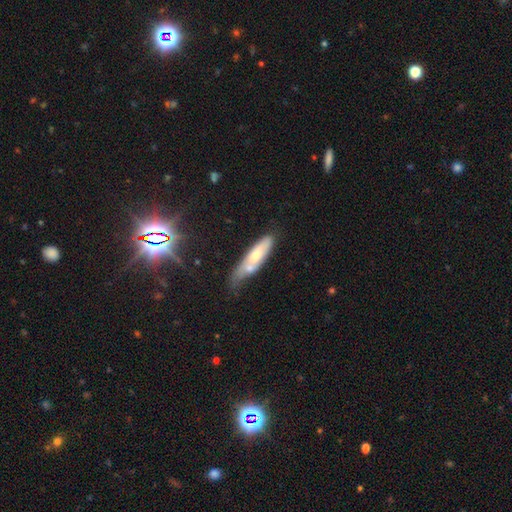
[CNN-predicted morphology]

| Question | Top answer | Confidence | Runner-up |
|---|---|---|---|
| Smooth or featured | smooth | 58% | featured or disk (35%) |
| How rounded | cigar-shaped | 65% | in between (33%) |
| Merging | none | 38% | minor disturbance (27%) |